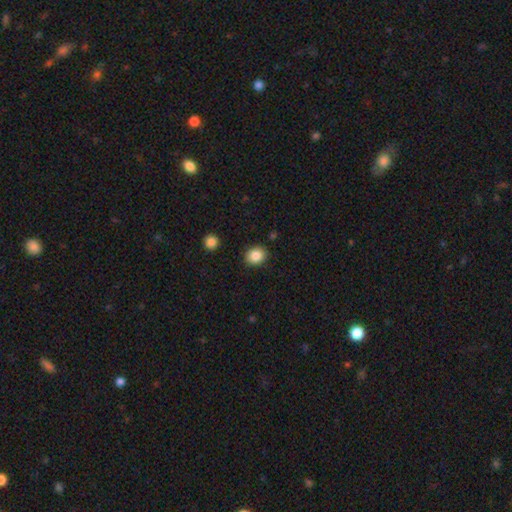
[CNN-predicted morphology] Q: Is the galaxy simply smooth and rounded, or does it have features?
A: smooth — 86%.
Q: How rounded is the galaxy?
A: round — 66%.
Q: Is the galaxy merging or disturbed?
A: none — 87%.